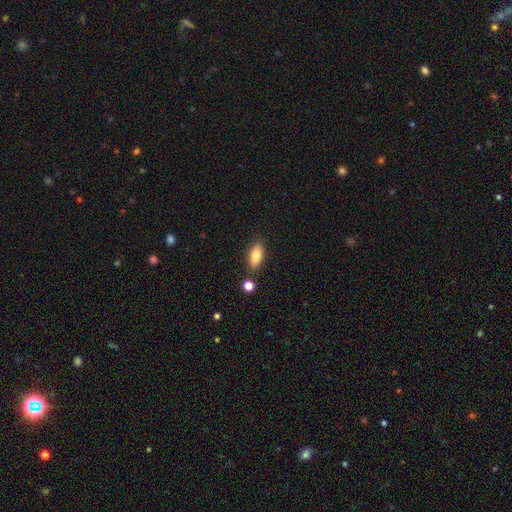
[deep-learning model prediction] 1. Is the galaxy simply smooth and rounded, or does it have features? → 82% smooth, 11% featured or disk, 7% star or artifact.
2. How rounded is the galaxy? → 83% in between, 14% cigar-shaped, 3% round.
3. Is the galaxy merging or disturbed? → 80% none, 11% minor disturbance, 6% merger, 3% major disturbance.